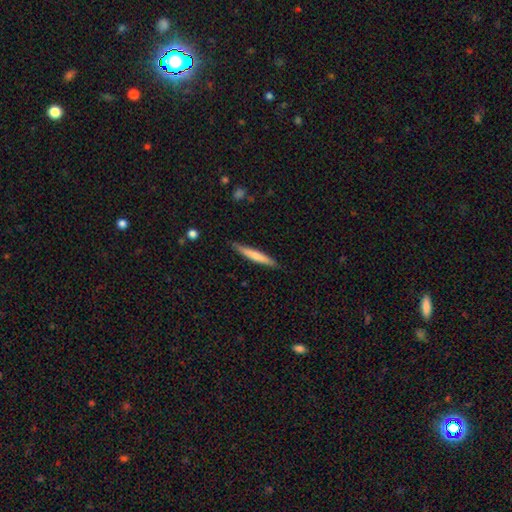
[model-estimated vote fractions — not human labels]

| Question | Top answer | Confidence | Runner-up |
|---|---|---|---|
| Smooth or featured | smooth | 66% | featured or disk (29%) |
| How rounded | cigar-shaped | 95% | in between (4%) |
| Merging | none | 87% | minor disturbance (10%) |